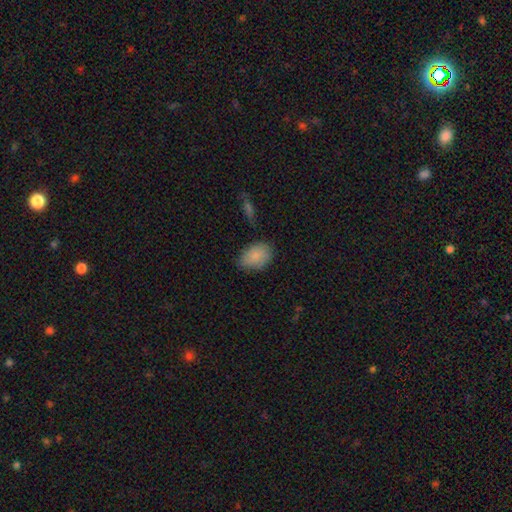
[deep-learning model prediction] Smooth or featured: smooth — 86% (star or artifact — 7%)
How rounded: in between — 80% (round — 19%)
Merging: none — 73% (minor disturbance — 21%)